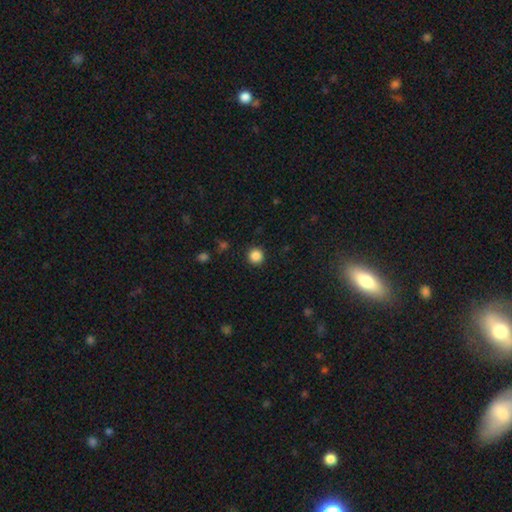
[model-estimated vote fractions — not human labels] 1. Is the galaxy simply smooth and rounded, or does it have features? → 86% smooth, 11% star or artifact, 3% featured or disk.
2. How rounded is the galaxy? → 95% round, 4% in between, 1% cigar-shaped.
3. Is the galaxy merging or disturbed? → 92% none, 5% minor disturbance, 2% major disturbance, 1% merger.